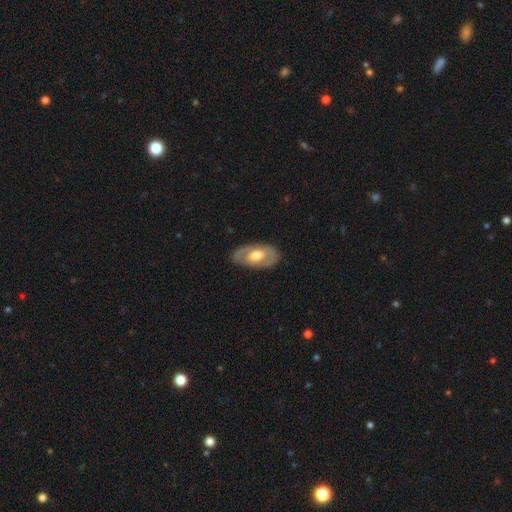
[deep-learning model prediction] This appears to be a featured or disk galaxy (62%) with no bar (58%), no spiral arms (56%) and a moderate central bulge (65%). Merging: none (82%).